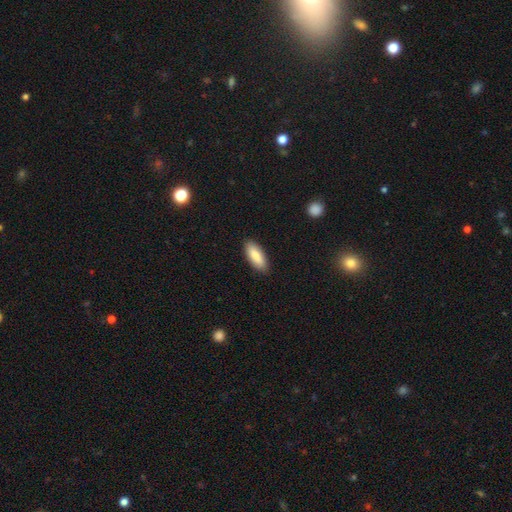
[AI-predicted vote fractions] Q: Smooth or featured?
A: smooth (84%); runner-up: featured or disk (10%)
Q: How rounded?
A: in between (76%); runner-up: cigar-shaped (22%)
Q: Merging?
A: none (89%); runner-up: minor disturbance (8%)